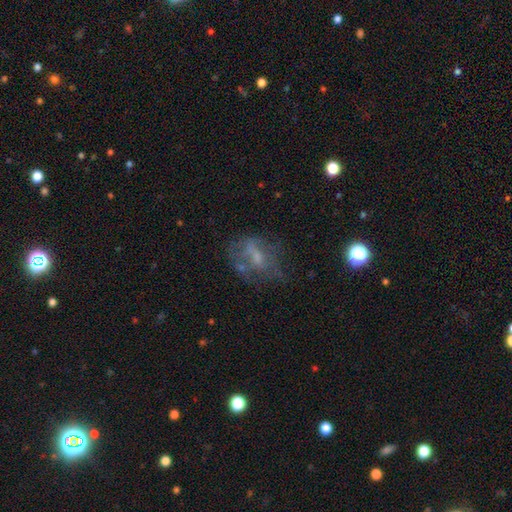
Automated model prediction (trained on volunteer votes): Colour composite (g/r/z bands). It shows a featured or disk galaxy (50%). Merging: none (44%).